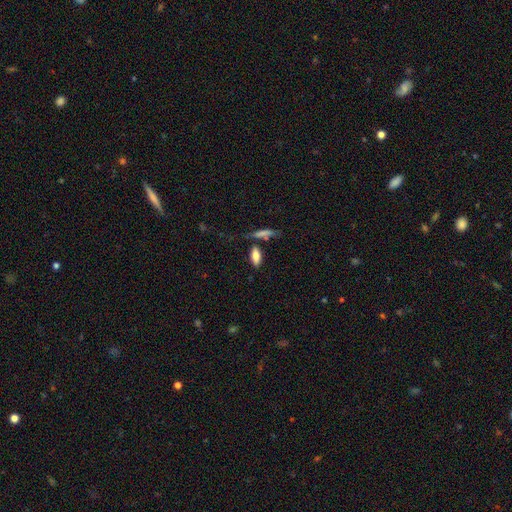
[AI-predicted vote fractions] The model was most divided on "merging": none: 67%, merger: 15%, minor disturbance: 14%, major disturbance: 5%. More confident: smooth or featured — smooth (78%); how rounded — in between (78%).